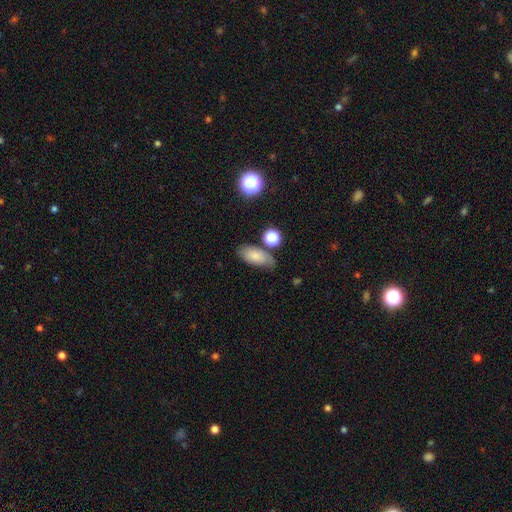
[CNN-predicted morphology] smooth 75%, featured or disk 15%, star or artifact 10%. Down the decision tree: how rounded — in between (86%); merging — none (66%).